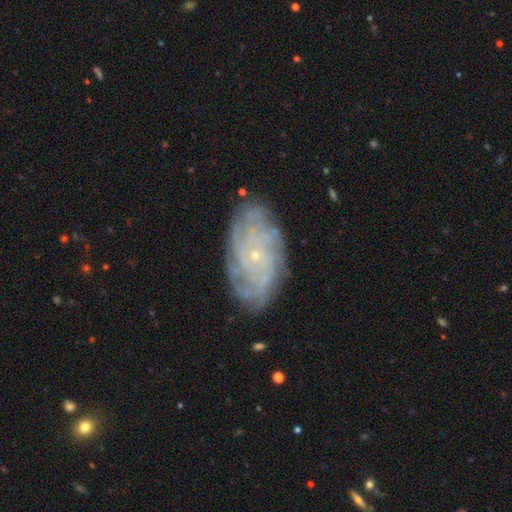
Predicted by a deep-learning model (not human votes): featured or disk 81%, smooth 11%, star or artifact 8%. Down the decision tree: edge-on disk — no (95%); bar — no (80%); spiral arms — yes (95%); spiral arm count — can't tell (33%); spiral winding — tight (73%); bulge size — small (87%); merging — none (83%).